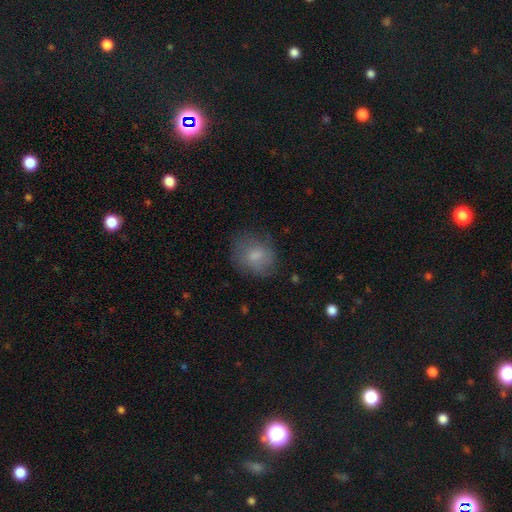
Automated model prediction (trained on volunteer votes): Smooth or featured?
  - smooth: 72% *
  - featured or disk: 19%
  - star or artifact: 8%
How rounded?
  - round: 60% *
  - in between: 39%
  - cigar-shaped: 1%
Merging?
  - none: 67% *
  - minor disturbance: 22%
  - major disturbance: 10%
  - merger: 1%